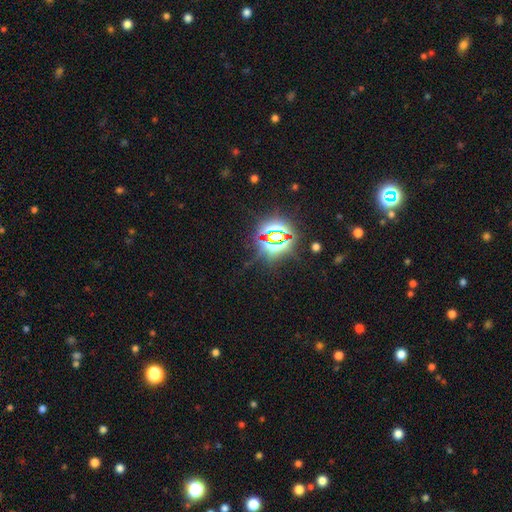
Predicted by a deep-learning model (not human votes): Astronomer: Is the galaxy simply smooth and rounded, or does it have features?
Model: star or artifact — 83%.